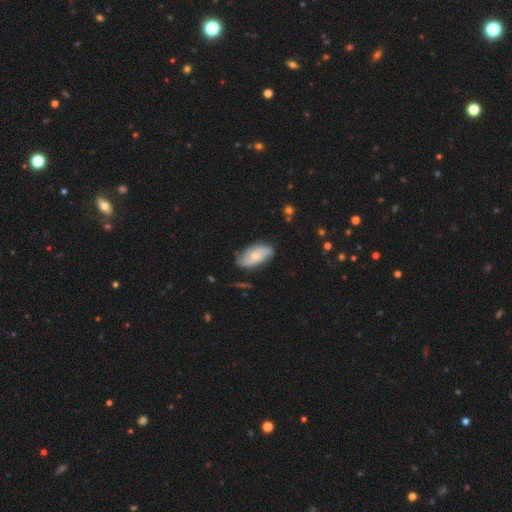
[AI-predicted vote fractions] smooth-or-featured: featured or disk: 63% | smooth: 31% | star or artifact: 6%
  disk-edge-on: no: 94% | yes: 6%
    bar: no: 66% | weak: 29% | strong: 6%
    has-spiral-arms: yes: 91% | no: 9%
      spiral-winding: medium: 42% | loose: 31% | tight: 28%
      spiral-arm-count: 2: 56% | can't tell: 18% | 3: 16% | 1: 4% | 4: 4% | more than 4: 2%
    bulge-size: moderate: 43% | small: 41% | none: 8% | large: 6% | dominant: 2%
  merging: none: 69% | minor disturbance: 22% | major disturbance: 7% | merger: 2%